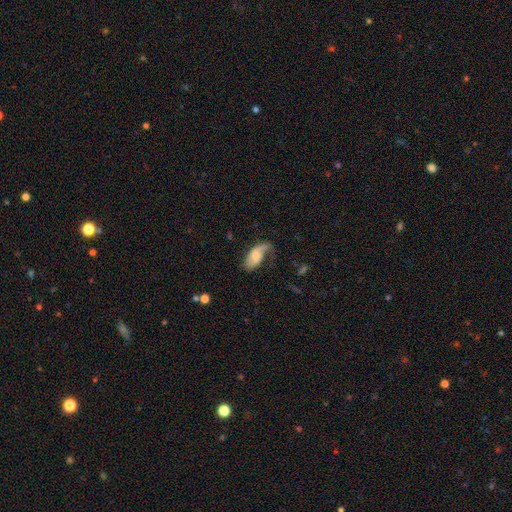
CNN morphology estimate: featured or disk 56%, smooth 37%, star or artifact 7%. Down the decision tree: edge-on disk — no (94%); bar — no (61%); spiral arms — yes (87%); bulge size — moderate (34%); merging — none (38%).